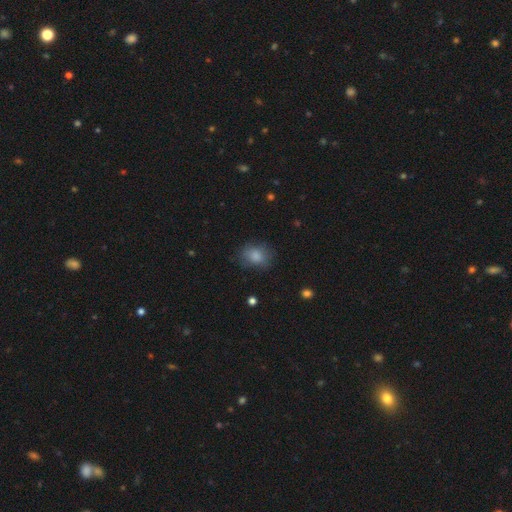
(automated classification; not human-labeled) A smooth galaxy with no disk features (83%) that is in between round and cigar-shaped (57%).

Vote fractions:
- Smooth or featured? smooth: 83% / star or artifact: 9% / featured or disk: 8%
- How rounded? in between: 57% / round: 42% / cigar-shaped: 1%
- Merging? none: 70% / minor disturbance: 21% / major disturbance: 8% / merger: 1%